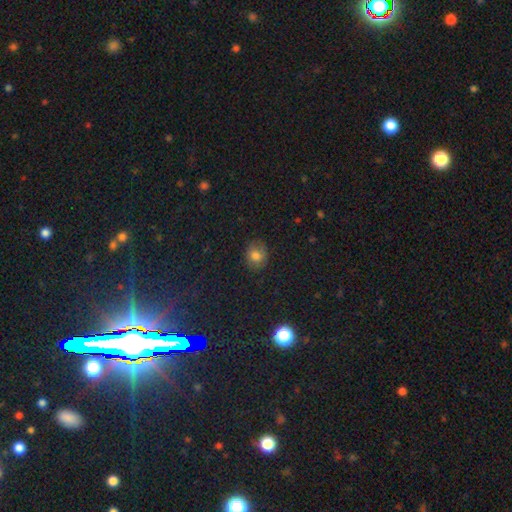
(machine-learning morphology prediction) Smooth or featured?
  - smooth: 75% *
  - star or artifact: 15%
  - featured or disk: 10%
How rounded?
  - round: 66% *
  - in between: 33%
  - cigar-shaped: 1%
Merging?
  - none: 81% *
  - minor disturbance: 15%
  - major disturbance: 4%
  - merger: 1%